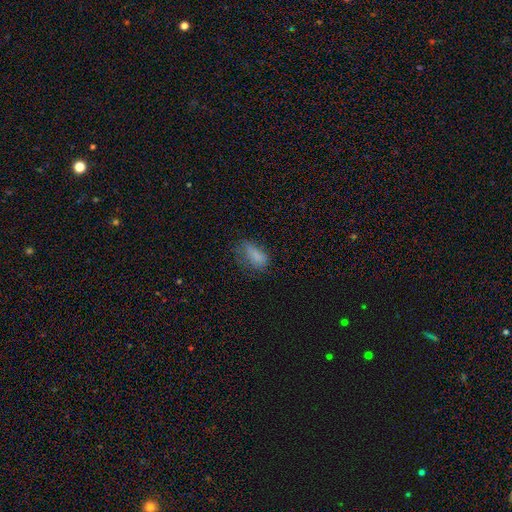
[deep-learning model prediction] A smooth galaxy with no disk features (74%) that is in between round and cigar-shaped (85%). Merging: none (44%).